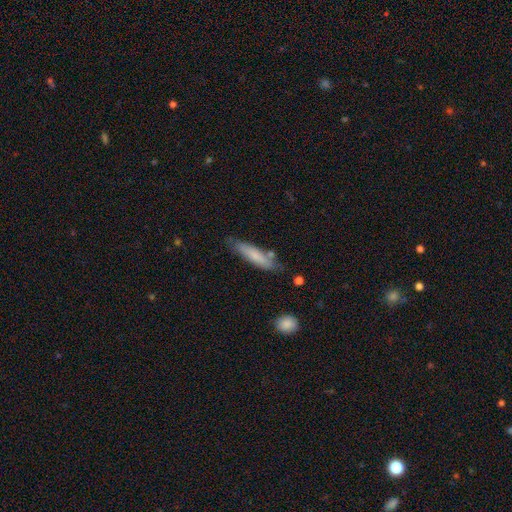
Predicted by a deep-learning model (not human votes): The model was most divided on "smooth or featured": smooth: 71%, featured or disk: 24%, star or artifact: 6%. More confident: how rounded — cigar-shaped (78%); merging — none (71%).